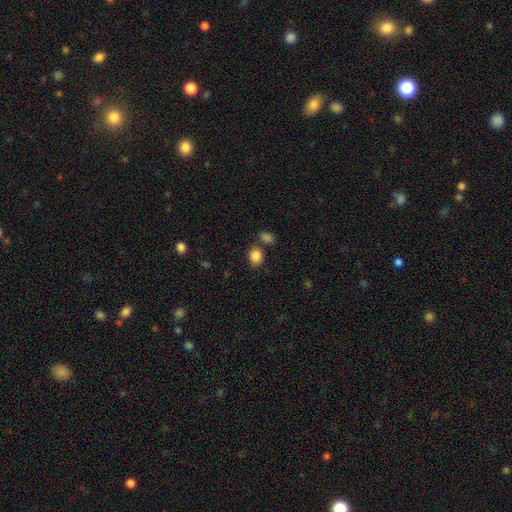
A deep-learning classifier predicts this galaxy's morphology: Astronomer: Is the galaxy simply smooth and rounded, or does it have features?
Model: smooth — 86%.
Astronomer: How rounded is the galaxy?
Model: in between — 53% (runner-up: round, 46%).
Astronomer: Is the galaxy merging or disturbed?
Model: none — 68%.